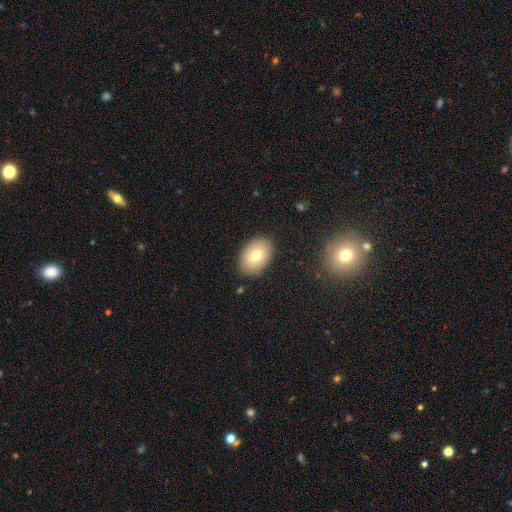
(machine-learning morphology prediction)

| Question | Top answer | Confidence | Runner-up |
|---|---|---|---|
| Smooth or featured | smooth | 75% | featured or disk (17%) |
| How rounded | in between | 84% | round (15%) |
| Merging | none | 88% | minor disturbance (9%) |